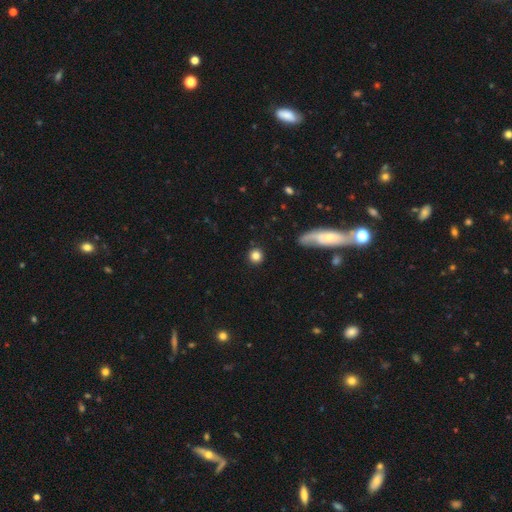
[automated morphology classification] This is clearly a smooth galaxy (83%). How rounded: clearly round (92%). Merging: clearly none (89%).